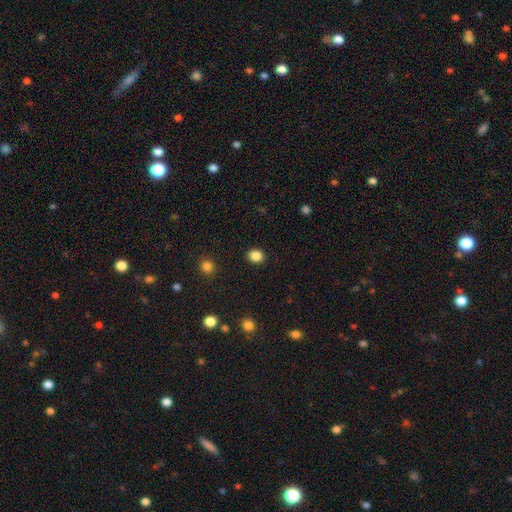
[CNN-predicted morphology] smooth_or_featured: smooth (p=0.86) [alt: star or artifact p=0.10]
how_rounded: round (p=0.65) [alt: in between p=0.34]
merging: none (p=0.91) [alt: minor disturbance p=0.06]